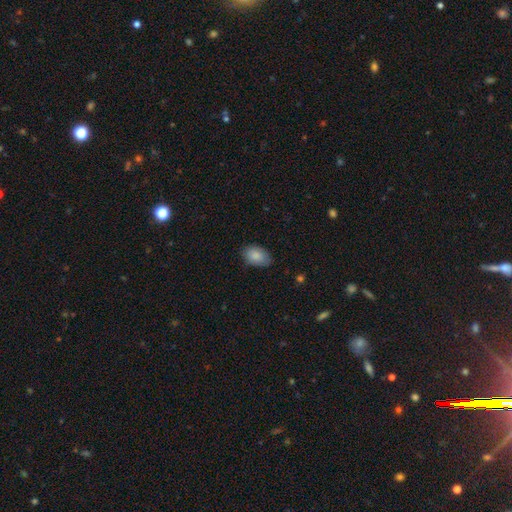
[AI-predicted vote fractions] This is clearly a smooth galaxy (86%). How rounded: clearly in between (89%). Merging: likely none (77%).